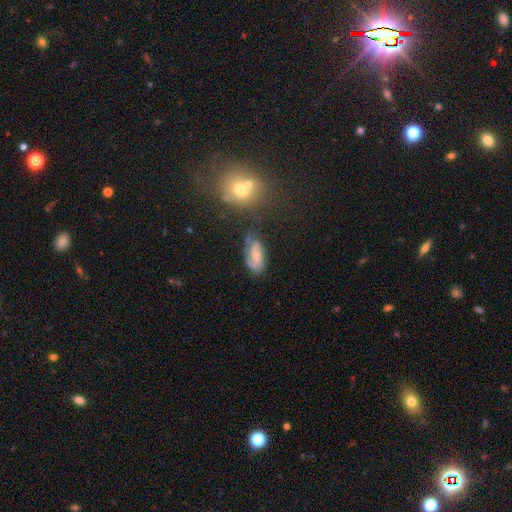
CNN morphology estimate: A featured or disk galaxy (61%) with no bar (44%, tied with weak), 2 (75%) medium (46%) spiral arms (90%) and a small central bulge (44%). Merging: none (62%).